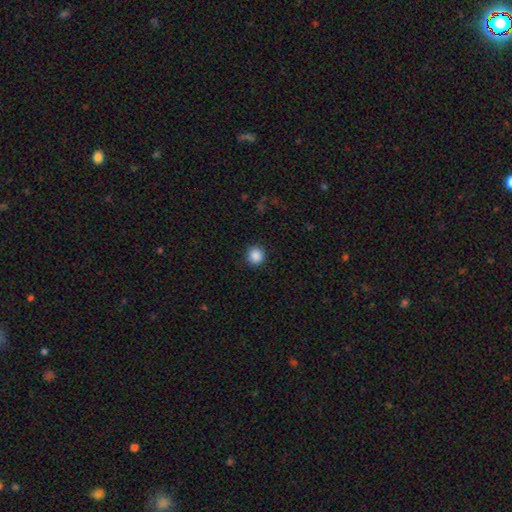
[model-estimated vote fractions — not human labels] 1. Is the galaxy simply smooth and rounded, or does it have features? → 88% smooth, 9% star or artifact, 3% featured or disk.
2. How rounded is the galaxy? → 94% round, 5% in between, 1% cigar-shaped.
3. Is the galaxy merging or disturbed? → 92% none, 5% minor disturbance, 2% major disturbance, 1% merger.